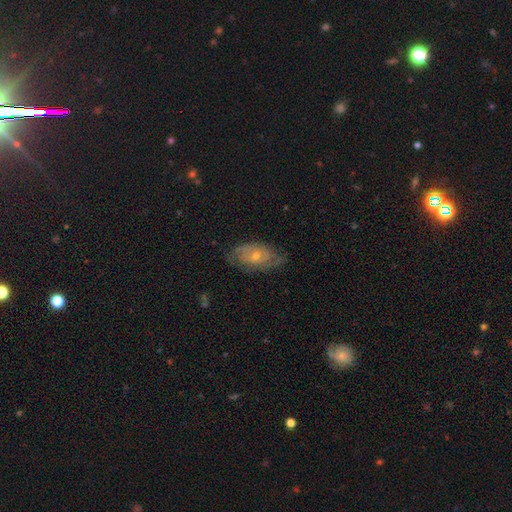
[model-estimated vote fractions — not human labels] Overall: featured or disk (67%). Edge-on disk: no (92%). Bar: no (74%). Spiral arms: yes (79%). Bulge size: small (55%; moderate 41%). Merging: none (73%).